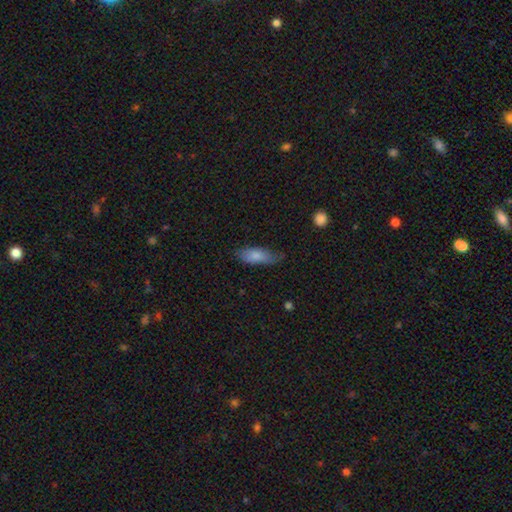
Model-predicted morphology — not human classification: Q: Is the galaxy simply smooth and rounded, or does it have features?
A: smooth — 81%.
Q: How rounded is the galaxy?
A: in between — 74%.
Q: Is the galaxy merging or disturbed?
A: none — 57%.